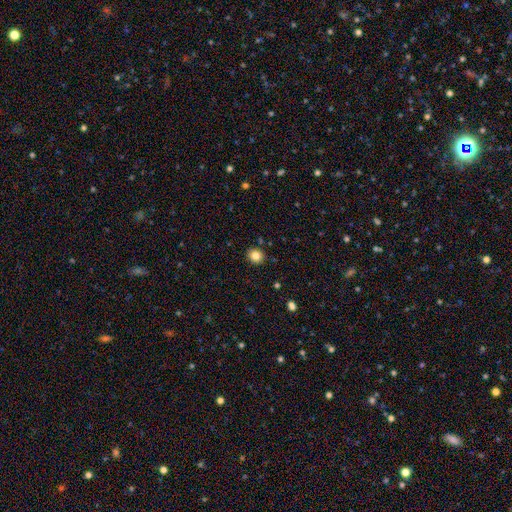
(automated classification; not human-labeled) Q: Smooth or featured?
A: smooth (83%); runner-up: star or artifact (11%)
Q: How rounded?
A: round (79%); runner-up: in between (21%)
Q: Merging?
A: none (90%); runner-up: minor disturbance (6%)